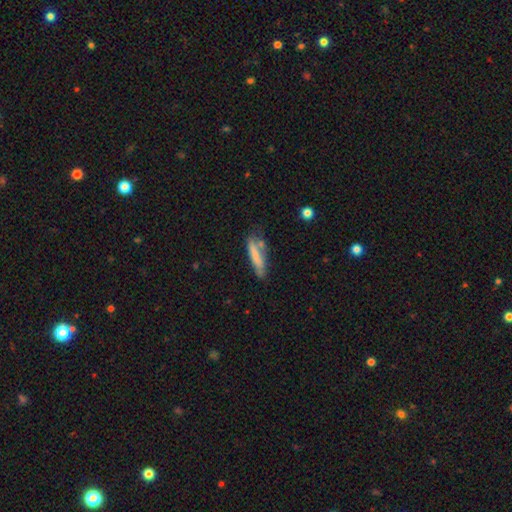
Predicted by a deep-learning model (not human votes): Q: Smooth or featured?
A: smooth (71%); runner-up: featured or disk (23%)
Q: How rounded?
A: cigar-shaped (83%); runner-up: in between (16%)
Q: Merging?
A: none (58%); runner-up: minor disturbance (25%)